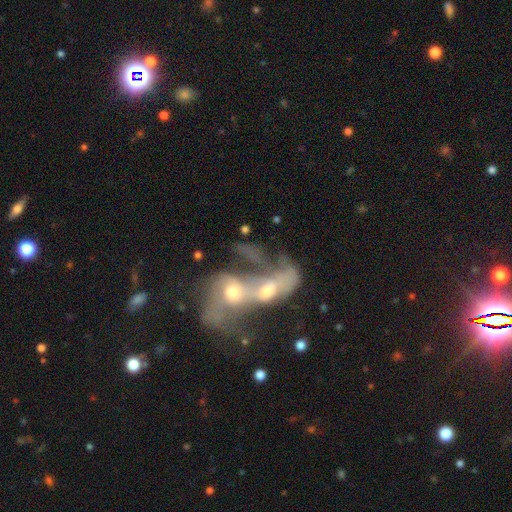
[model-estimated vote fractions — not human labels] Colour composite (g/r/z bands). It shows a featured or disk galaxy (66%) with no bar (65%), spiral arms (66%) and a moderate central bulge (58%). Merging: merger (84%).